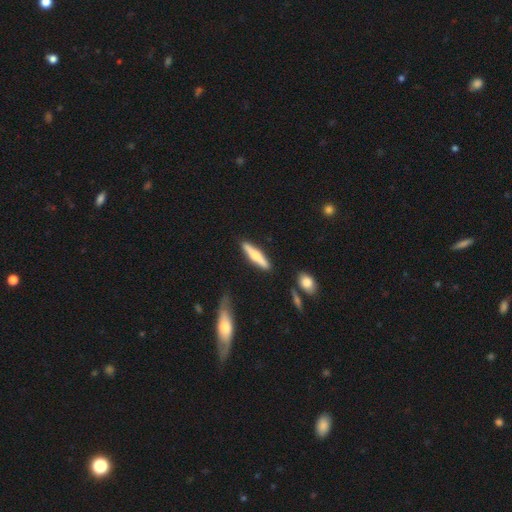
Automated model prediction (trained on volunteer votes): smooth-or-featured: smooth: 48% | featured or disk: 47% | star or artifact: 5%
  merging: none: 84% | minor disturbance: 10% | merger: 3% | major disturbance: 2%